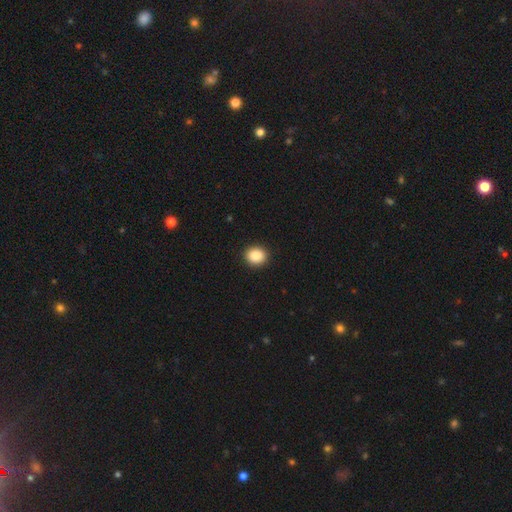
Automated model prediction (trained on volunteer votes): Morphology: type=smooth (88%); roundness=round (76%); merging=none (92%).